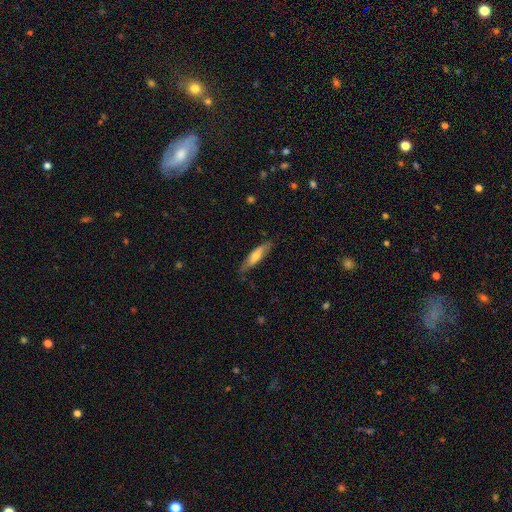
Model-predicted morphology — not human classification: smooth-or-featured: smooth: 58% | featured or disk: 36% | star or artifact: 6%
  how-rounded: cigar-shaped: 67% | in between: 32% | round: 2%
  merging: none: 78% | minor disturbance: 17% | major disturbance: 4% | merger: 1%